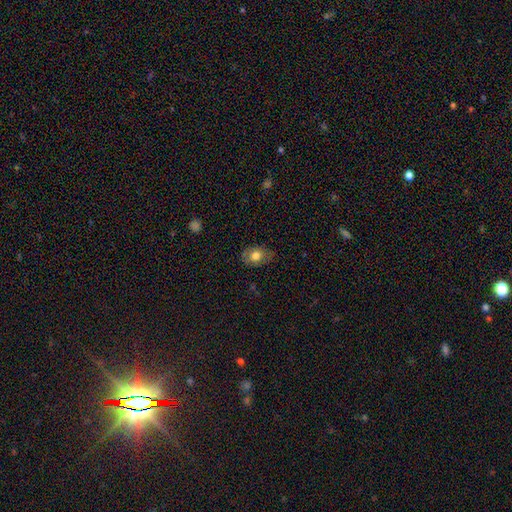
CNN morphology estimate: A smooth galaxy with no disk features (72%) that is in between round and cigar-shaped (71%).

Vote fractions:
- Smooth or featured? smooth: 72% / featured or disk: 20% / star or artifact: 9%
- How rounded? in between: 71% / round: 28% / cigar-shaped: 1%
- Merging? none: 73% / minor disturbance: 22% / major disturbance: 5% / merger: 1%